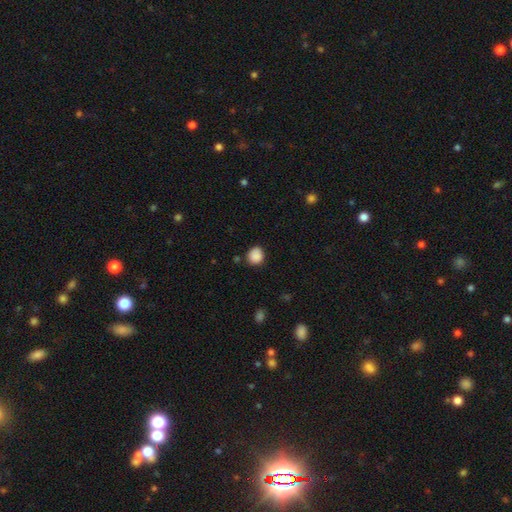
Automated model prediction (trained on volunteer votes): Smooth or featured? Predicted: smooth (p=0.88). How rounded? Predicted: round (p=0.80). Merging? Predicted: none (p=0.83).